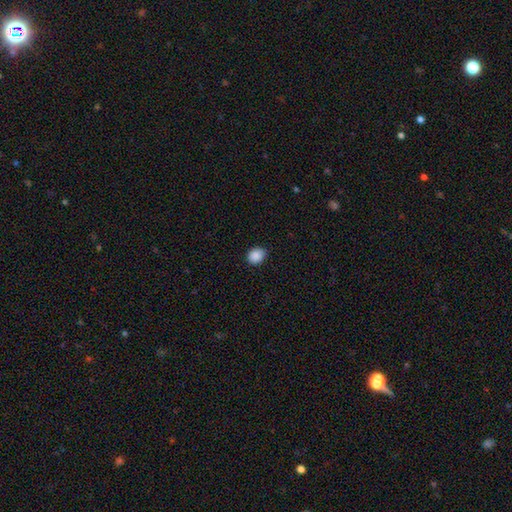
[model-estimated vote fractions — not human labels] Smooth or featured?
  - smooth: 89% *
  - star or artifact: 9%
  - featured or disk: 3%
How rounded?
  - round: 54% *
  - in between: 45%
  - cigar-shaped: 1%
Merging?
  - none: 86% *
  - minor disturbance: 11%
  - major disturbance: 2%
  - merger: 1%